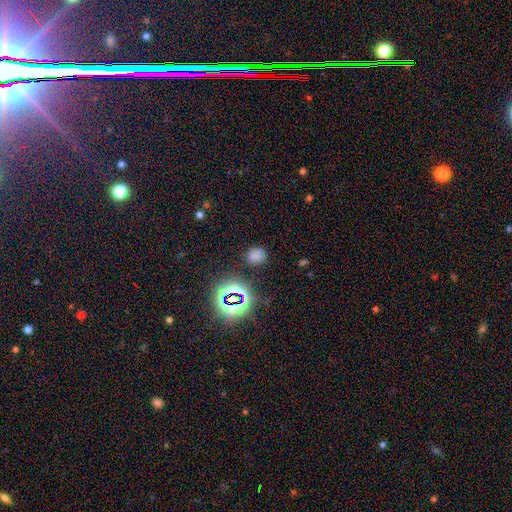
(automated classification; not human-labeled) Smooth or featured?
  - smooth: 65% *
  - star or artifact: 29%
  - featured or disk: 6%
How rounded?
  - round: 69% *
  - in between: 30%
  - cigar-shaped: 1%
Merging?
  - none: 81% *
  - minor disturbance: 12%
  - major disturbance: 4%
  - merger: 2%